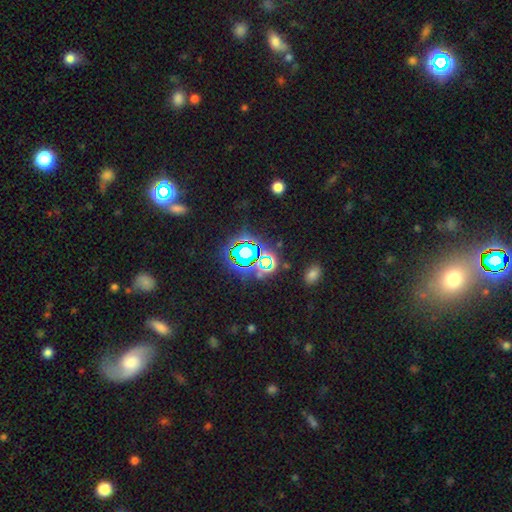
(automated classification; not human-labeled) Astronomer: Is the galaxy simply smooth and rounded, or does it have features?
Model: star or artifact — 74%.